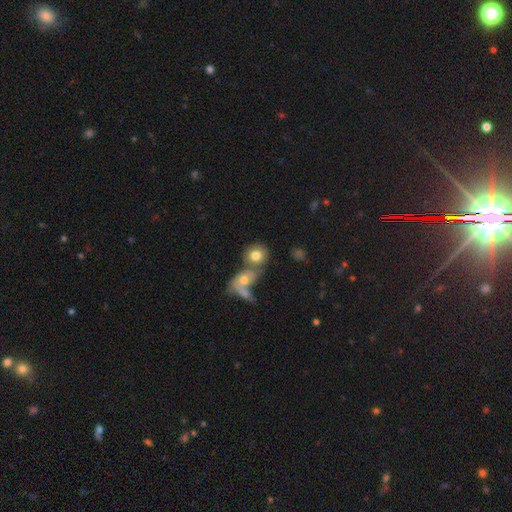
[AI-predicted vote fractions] Smooth or featured? Predicted: smooth (p=0.73). How rounded? Predicted: round (p=0.70). Merging? Predicted: merger (p=0.46).